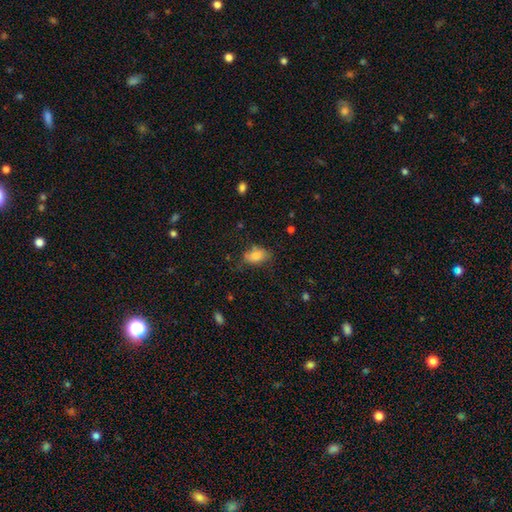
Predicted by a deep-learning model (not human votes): A smooth galaxy with no disk features (81%) that is in between round and cigar-shaped (88%).

Vote fractions:
- Smooth or featured? smooth: 81% / featured or disk: 10% / star or artifact: 9%
- How rounded? in between: 88% / round: 10% / cigar-shaped: 2%
- Merging? none: 56% / minor disturbance: 29% / major disturbance: 12% / merger: 3%